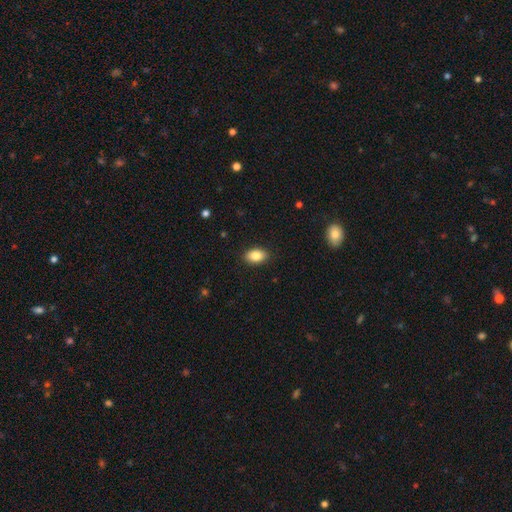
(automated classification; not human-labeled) The model was most divided on "smooth or featured": smooth: 84%, star or artifact: 8%, featured or disk: 8%. More confident: merging — none (90%); how rounded — in between (88%).